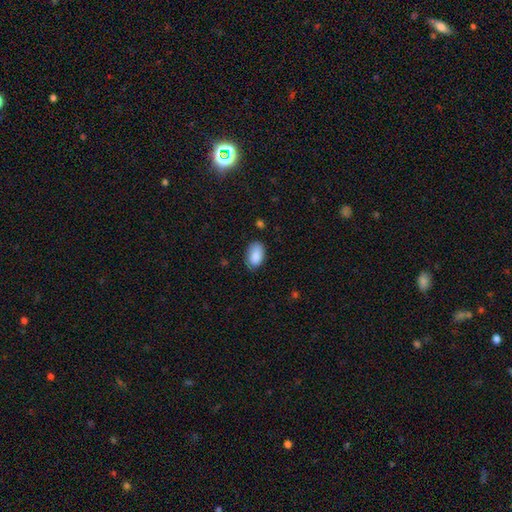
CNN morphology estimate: type=smooth (87%); roundness=in between (93%); merging=none (75%).